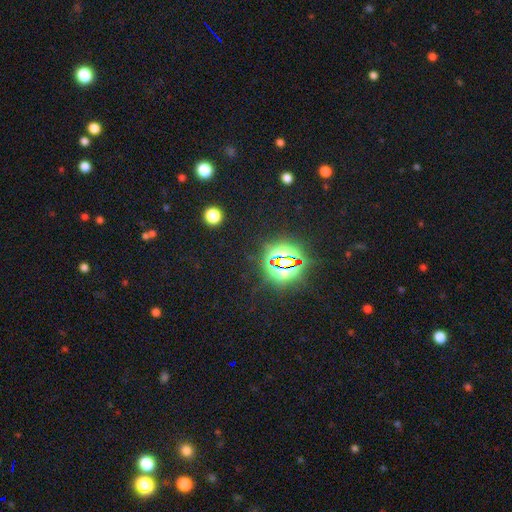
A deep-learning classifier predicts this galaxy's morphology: Smooth or featured: star or artifact — 82% (smooth — 12%)